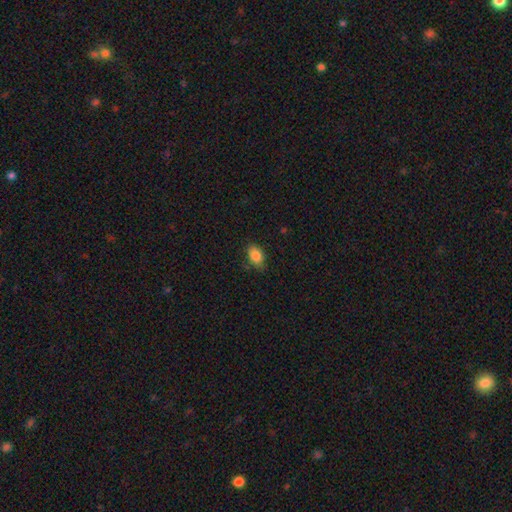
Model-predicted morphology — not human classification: A smooth galaxy with no disk features (86%) that is in between round and cigar-shaped (87%).

Vote fractions:
- Smooth or featured? smooth: 86% / star or artifact: 9% / featured or disk: 6%
- How rounded? in between: 87% / round: 12% / cigar-shaped: 2%
- Merging? none: 80% / minor disturbance: 16% / major disturbance: 3% / merger: 1%